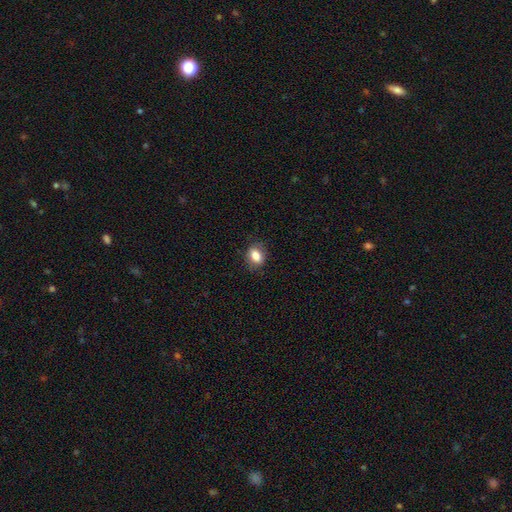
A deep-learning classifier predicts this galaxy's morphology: Smooth or featured?
  - smooth: 83% *
  - star or artifact: 9%
  - featured or disk: 8%
How rounded?
  - in between: 73% *
  - round: 25%
  - cigar-shaped: 2%
Merging?
  - none: 83% *
  - minor disturbance: 13%
  - major disturbance: 3%
  - merger: 1%